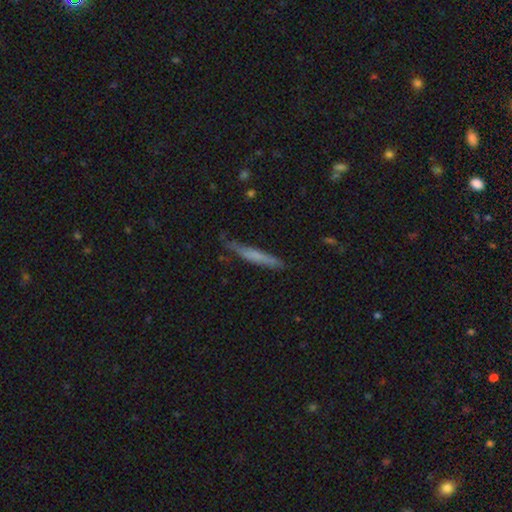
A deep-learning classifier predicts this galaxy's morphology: Smooth or featured: smooth — 58% (featured or disk — 35%)
How rounded: cigar-shaped — 95% (in between — 4%)
Merging: none — 74% (minor disturbance — 20%)